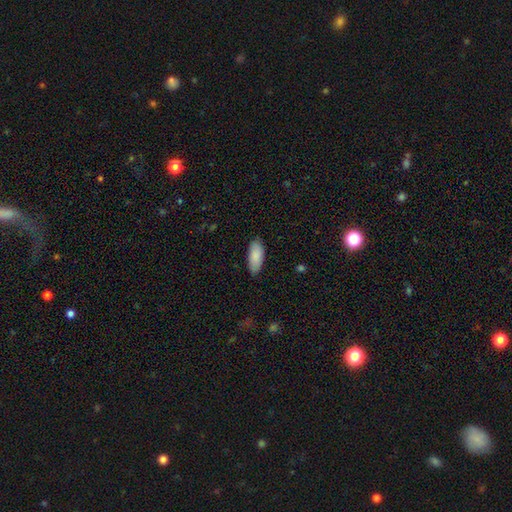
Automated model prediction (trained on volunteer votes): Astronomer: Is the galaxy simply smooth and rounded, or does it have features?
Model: smooth — 88%.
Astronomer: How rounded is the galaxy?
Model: in between — 84%.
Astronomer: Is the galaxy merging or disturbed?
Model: none — 84%.